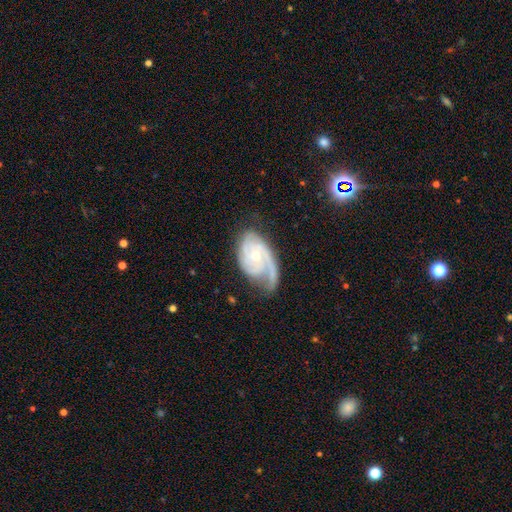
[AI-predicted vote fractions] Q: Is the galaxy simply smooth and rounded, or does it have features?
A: featured or disk — 88%.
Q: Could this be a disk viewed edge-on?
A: no — 97%.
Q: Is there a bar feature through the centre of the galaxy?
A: no — 69%.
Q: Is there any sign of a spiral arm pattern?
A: yes — 97%.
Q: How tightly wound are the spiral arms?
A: tight — 56%.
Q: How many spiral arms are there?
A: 2 — 34%.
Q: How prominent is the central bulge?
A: small — 52%.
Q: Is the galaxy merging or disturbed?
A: none — 56%.